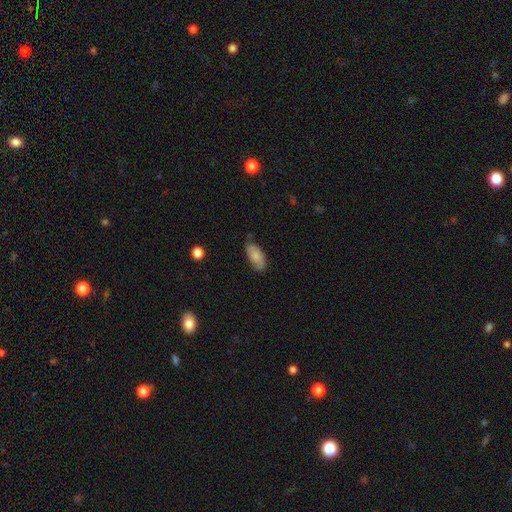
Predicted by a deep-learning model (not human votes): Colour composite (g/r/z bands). It shows a smooth galaxy with no disk features (83%) that is in between round and cigar-shaped (88%). Merging: none (73%).